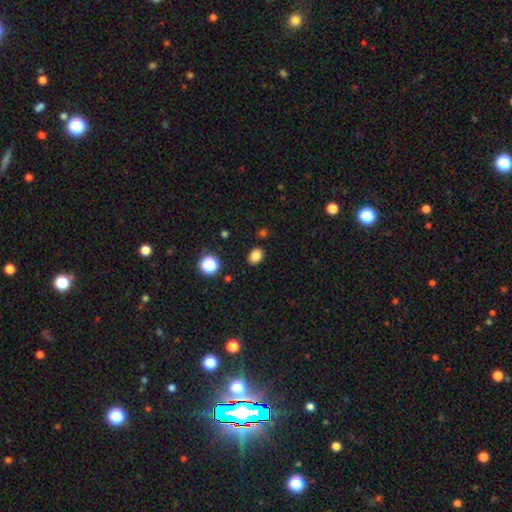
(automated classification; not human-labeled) Morphology: type=smooth (84%); roundness=in between (66%); merging=none (87%).